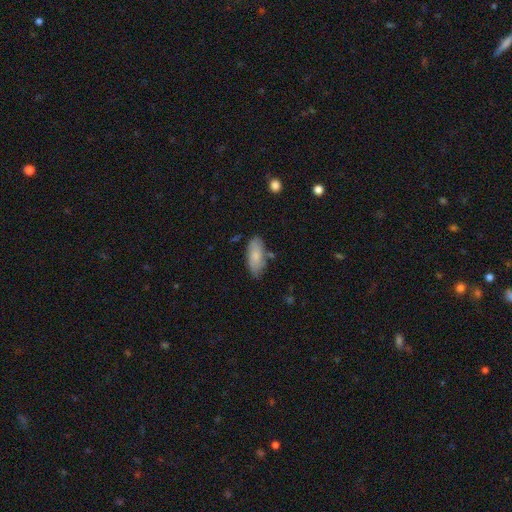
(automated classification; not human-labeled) Smooth or featured: smooth — 76% (featured or disk — 19%)
How rounded: in between — 87% (cigar-shaped — 11%)
Merging: none — 71% (minor disturbance — 20%)